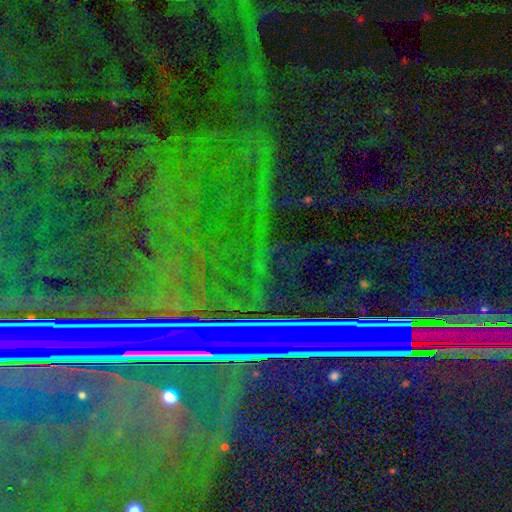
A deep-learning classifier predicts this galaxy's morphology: This appears to be a star or artifact, not a galaxy (85%).